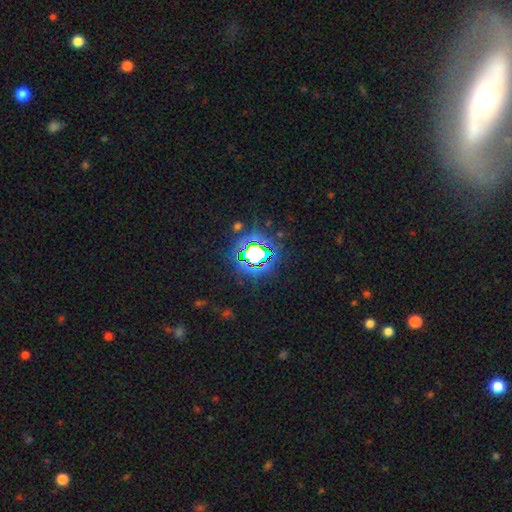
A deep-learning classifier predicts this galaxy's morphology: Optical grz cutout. It shows a star or artifact, not a galaxy (74%).